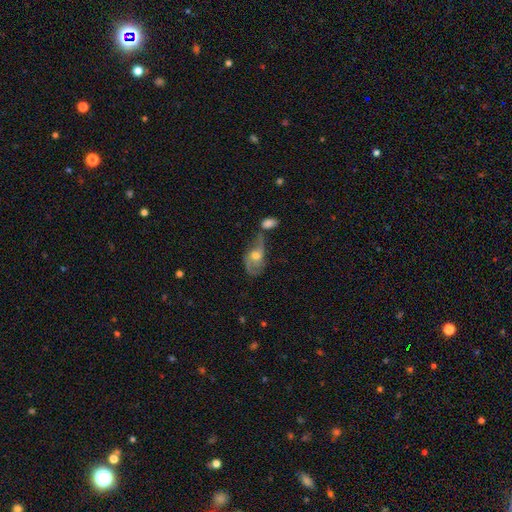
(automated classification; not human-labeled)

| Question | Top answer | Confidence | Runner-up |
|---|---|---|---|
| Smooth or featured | featured or disk | 71% | smooth (20%) |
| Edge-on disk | no | 94% | yes (6%) |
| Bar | no | 63% | weak (30%) |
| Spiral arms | yes | 85% | no (15%) |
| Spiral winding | loose | 45% | medium (39%) |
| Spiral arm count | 2 | 74% | can't tell (12%) |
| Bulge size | moderate | 65% | small (24%) |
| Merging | none | 39% | merger (25%) |